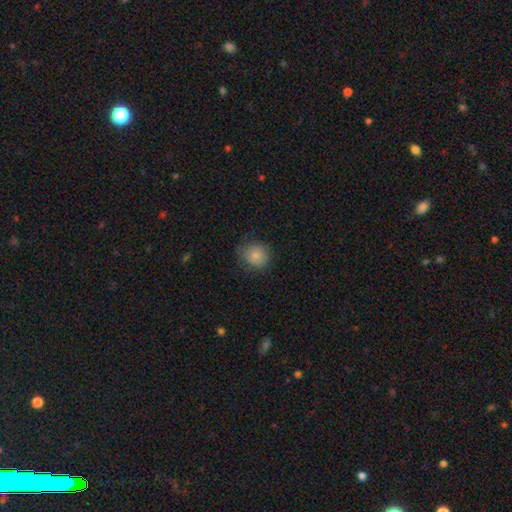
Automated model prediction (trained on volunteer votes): A smooth galaxy with no disk features (82%) that is round (83%). Merging: none (70%).